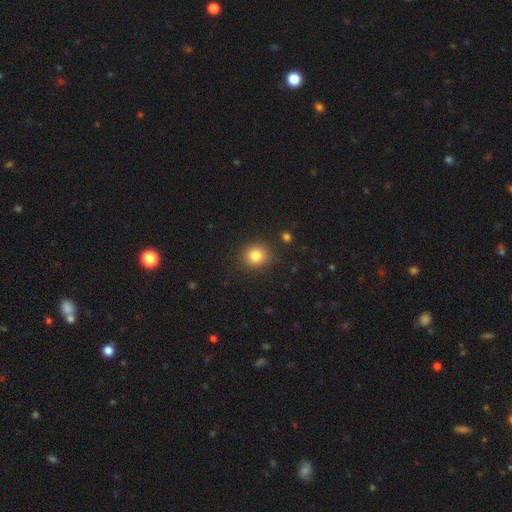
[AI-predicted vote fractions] Overall: smooth (82%). How rounded: round (87%). Merging: none (88%).